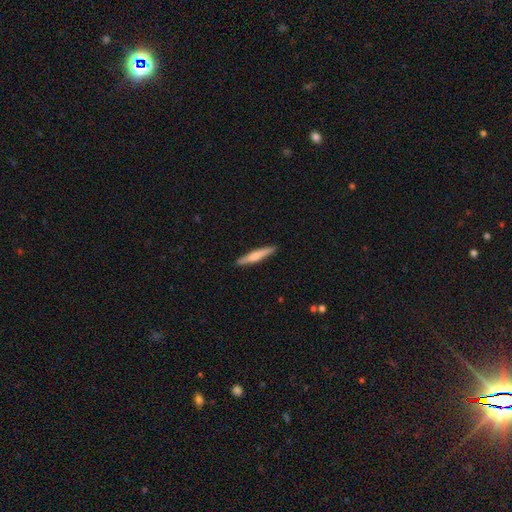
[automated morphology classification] Smooth or featured? smooth (63%)
How rounded? cigar-shaped (92%)
Merging? none (90%)